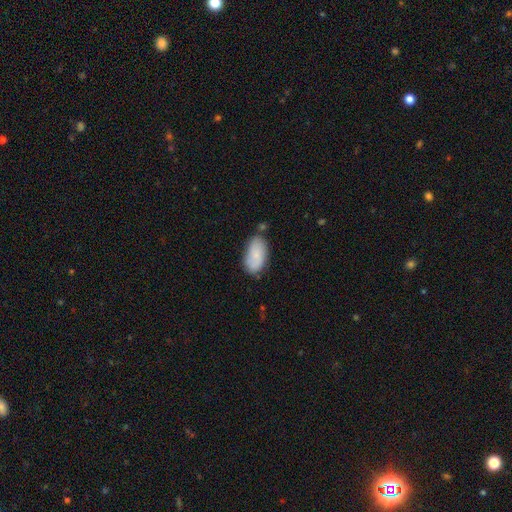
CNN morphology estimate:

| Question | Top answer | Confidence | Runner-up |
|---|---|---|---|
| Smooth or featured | smooth | 80% | featured or disk (14%) |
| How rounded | in between | 94% | cigar-shaped (3%) |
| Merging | none | 68% | minor disturbance (21%) |